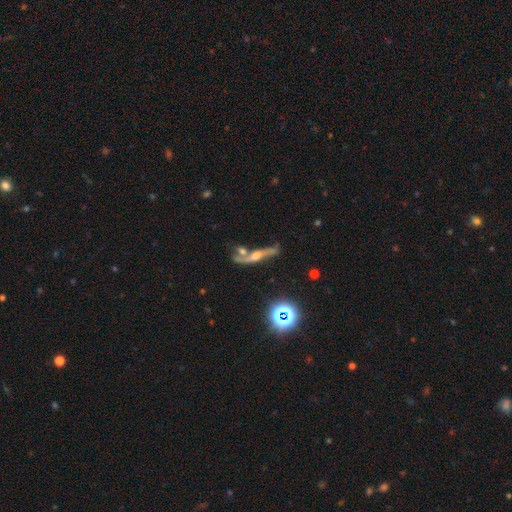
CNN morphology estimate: smooth-or-featured: featured or disk: 71% | smooth: 15% | star or artifact: 14%
  disk-edge-on: yes: 61% | no: 39%
  merging: none: 50% | merger: 22% | minor disturbance: 17% | major disturbance: 10%